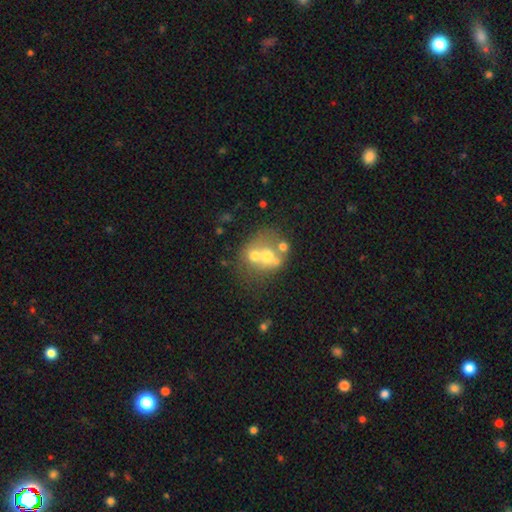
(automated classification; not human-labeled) Overall: smooth (46%; featured or disk 38%). Merging: merger (55%; none 31%).